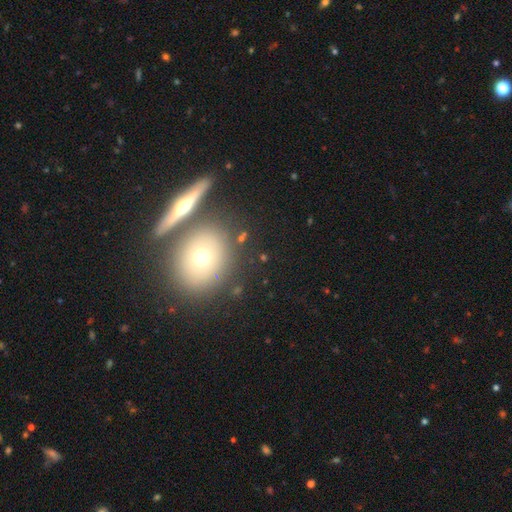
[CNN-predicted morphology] Smooth or featured? featured or disk (40%)
Merging? none (73%)